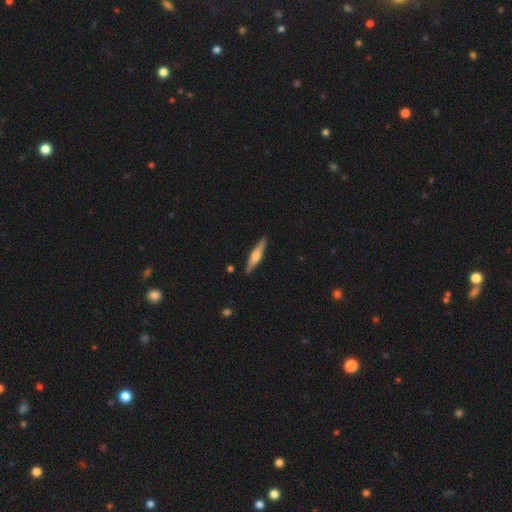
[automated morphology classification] type=featured or disk (61%); edge-on=yes (97%); edge-on bulge=rounded (84%); merging=none (90%).